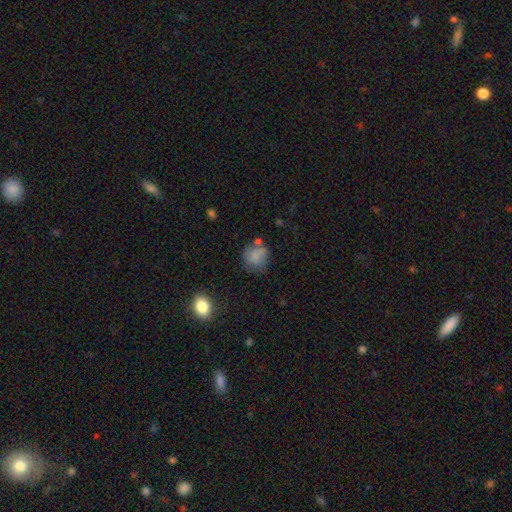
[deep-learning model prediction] This is likely a smooth galaxy (77%). How rounded: clearly round (80%). Merging: possibly none (56%).